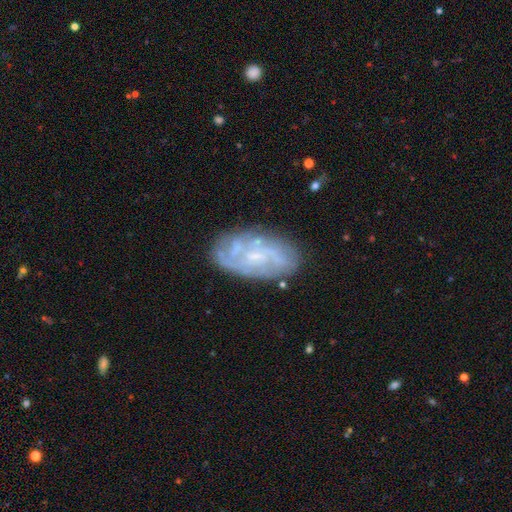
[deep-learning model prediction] Smooth or featured: featured or disk — 72% (smooth — 20%)
Edge-on disk: no — 95% (yes — 5%)
Bar: no — 60% (weak — 34%)
Spiral arms: yes — 79% (no — 21%)
Spiral winding: tight — 49% (medium — 35%)
Spiral arm count: can't tell — 50% (2 — 14%)
Bulge size: small — 59% (none — 20%)
Merging: none — 73% (minor disturbance — 18%)